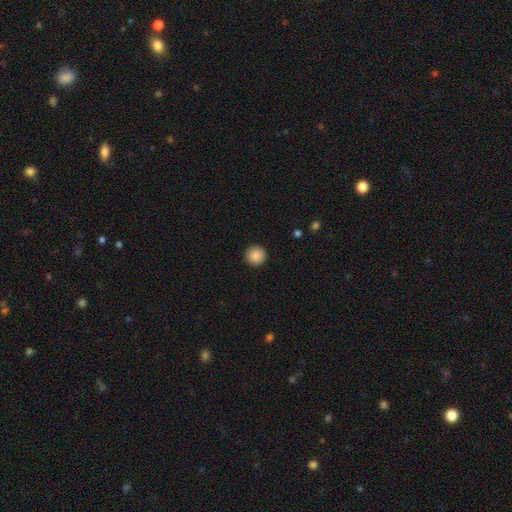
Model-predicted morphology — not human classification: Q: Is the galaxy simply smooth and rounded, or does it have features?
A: smooth — 88%.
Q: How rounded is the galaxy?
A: round — 96%.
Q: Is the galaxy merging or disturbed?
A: none — 93%.